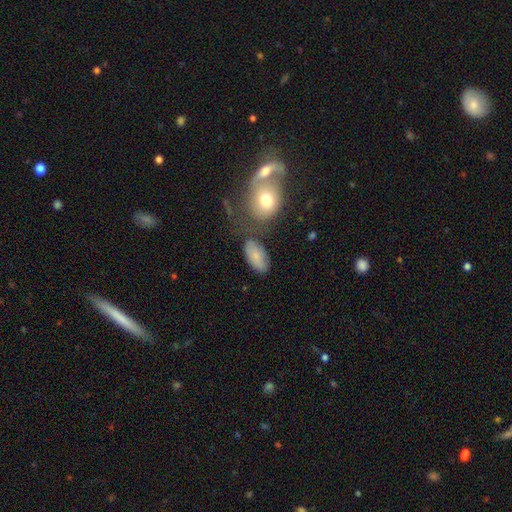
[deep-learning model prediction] Q: Smooth or featured?
A: smooth (75%); runner-up: featured or disk (16%)
Q: How rounded?
A: in between (92%); runner-up: round (4%)
Q: Merging?
A: none (62%); runner-up: minor disturbance (18%)